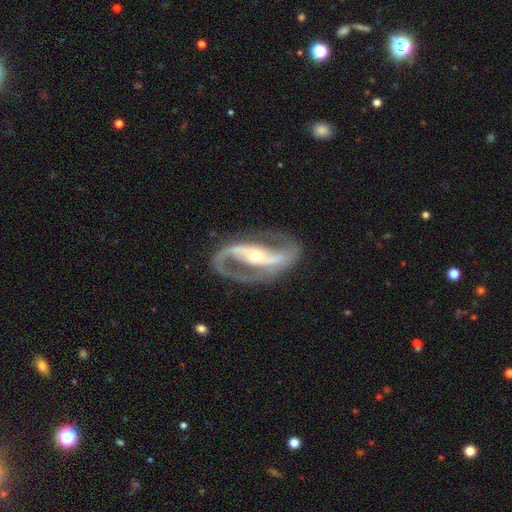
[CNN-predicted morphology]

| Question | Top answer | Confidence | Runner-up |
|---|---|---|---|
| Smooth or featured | featured or disk | 91% | smooth (5%) |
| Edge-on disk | no | 95% | yes (5%) |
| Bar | strong | 55% | no (23%) |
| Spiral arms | yes | 95% | no (5%) |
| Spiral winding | medium | 51% | loose (31%) |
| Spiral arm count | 2 | 91% | 1 (4%) |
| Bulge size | small | 54% | moderate (42%) |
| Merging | none | 77% | minor disturbance (13%) |